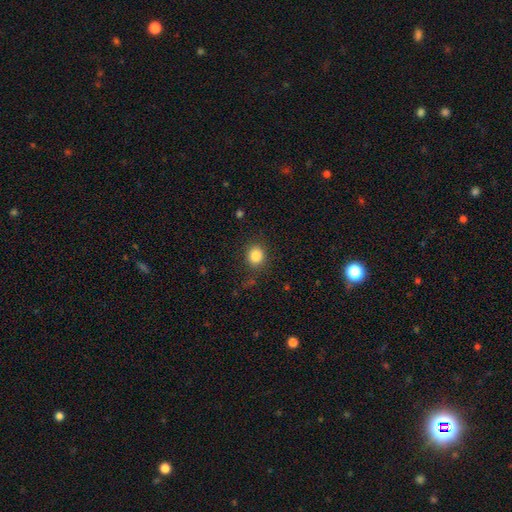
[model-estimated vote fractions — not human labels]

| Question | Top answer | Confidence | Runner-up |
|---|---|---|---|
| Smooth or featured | smooth | 85% | star or artifact (10%) |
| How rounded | round | 77% | in between (22%) |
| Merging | none | 84% | minor disturbance (11%) |